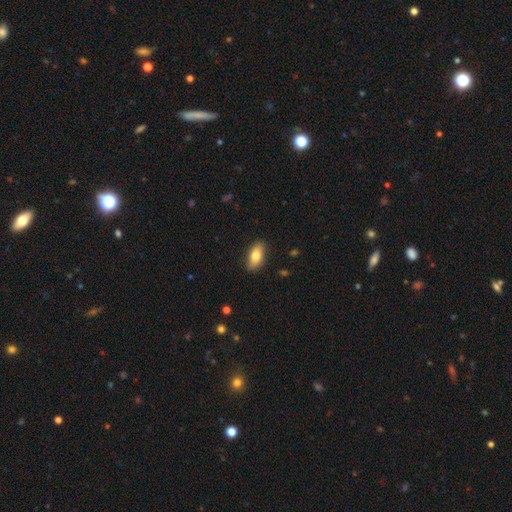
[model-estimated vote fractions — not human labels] Overall: smooth (80%). How rounded: in between (87%). Merging: none (87%).